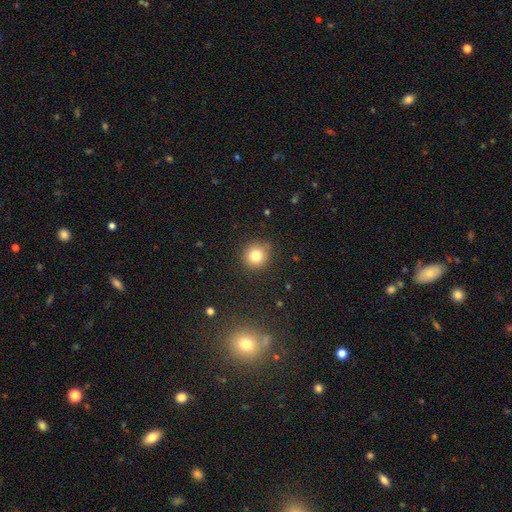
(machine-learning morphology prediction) Smooth or featured?
  - smooth: 80% *
  - star or artifact: 12%
  - featured or disk: 8%
How rounded?
  - round: 91% *
  - in between: 8%
  - cigar-shaped: 1%
Merging?
  - none: 89% *
  - minor disturbance: 8%
  - major disturbance: 2%
  - merger: 1%